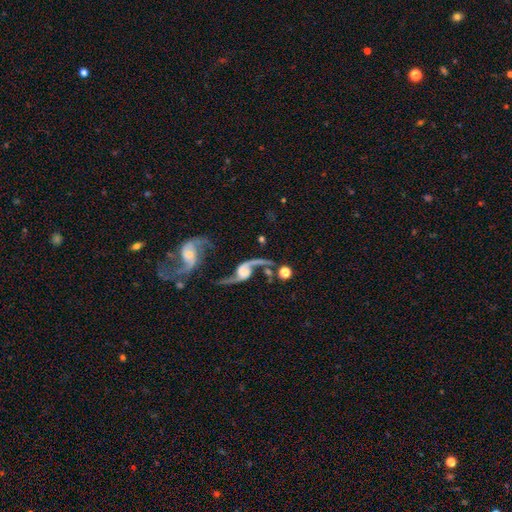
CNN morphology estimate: smooth_or_featured: featured or disk (p=0.81) [alt: star or artifact p=0.11]
disk_edge_on: no (p=0.92) [alt: yes p=0.08]
bar: no (p=0.49) [alt: weak p=0.36]
has_spiral_arms: yes (p=0.93) [alt: no p=0.07]
spiral_winding: loose (p=0.82) [alt: medium p=0.15]
spiral_arm_count: 2 (p=0.88) [alt: 1 p=0.06]
bulge_size: moderate (p=0.35) [alt: small p=0.29]
merging: none (p=0.43) [alt: merger p=0.23]